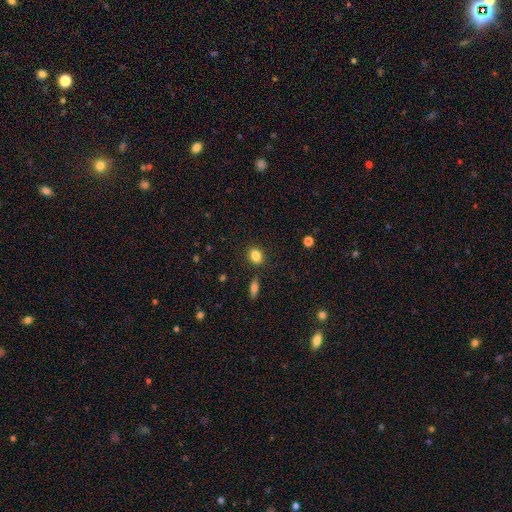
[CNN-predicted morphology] Smooth or featured? Predicted: smooth (p=0.84). How rounded? Predicted: round (p=0.49, tied with in between). Merging? Predicted: none (p=0.85).